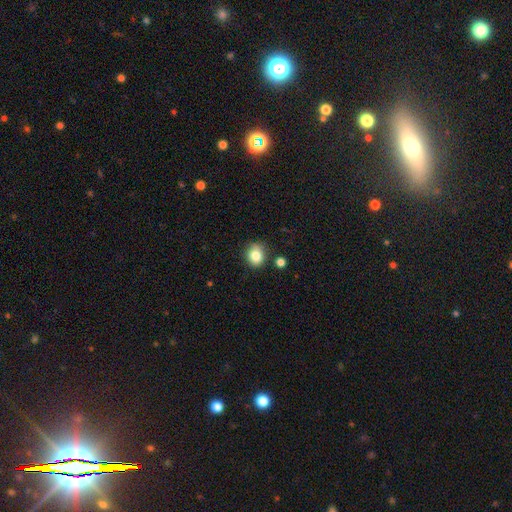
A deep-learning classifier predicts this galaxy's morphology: Smooth or featured: smooth — 83% (star or artifact — 10%)
How rounded: round — 65% (in between — 34%)
Merging: none — 74% (minor disturbance — 17%)